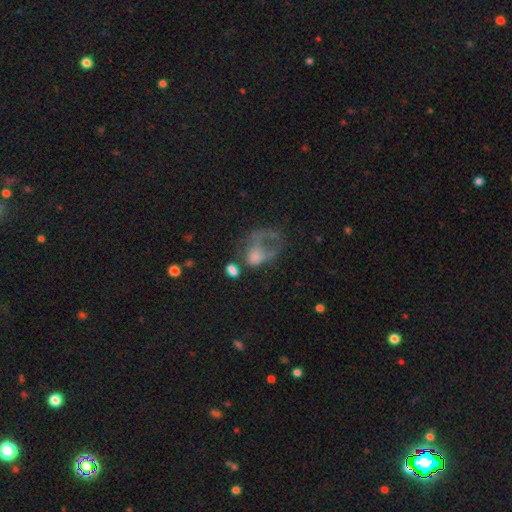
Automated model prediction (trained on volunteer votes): The model was most divided on "smooth or featured": featured or disk: 44%, smooth: 39%, star or artifact: 17%. More confident: merging — major disturbance (52%).